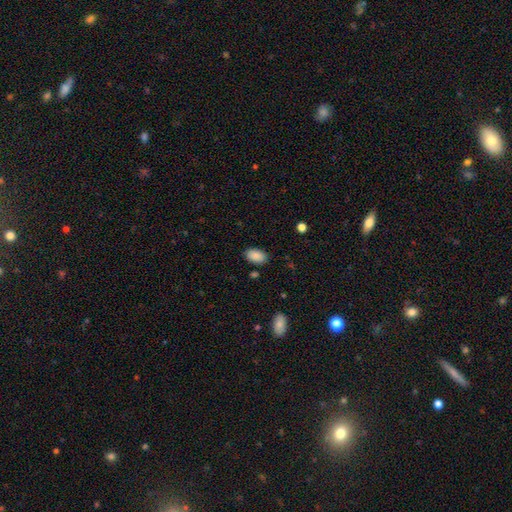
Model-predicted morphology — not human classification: This appears to be a smooth galaxy with no disk features (87%) that is in between round and cigar-shaped (92%). Merging: none (84%).